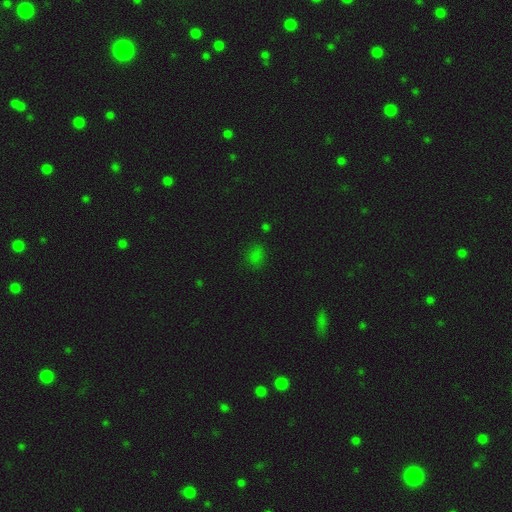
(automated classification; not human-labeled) A smooth galaxy with no disk features (69%) that is in between round and cigar-shaped (55%).

Vote fractions:
- Smooth or featured? smooth: 69% / star or artifact: 25% / featured or disk: 6%
- How rounded? in between: 55% / round: 42% / cigar-shaped: 2%
- Merging? none: 74% / minor disturbance: 18% / major disturbance: 6% / merger: 2%